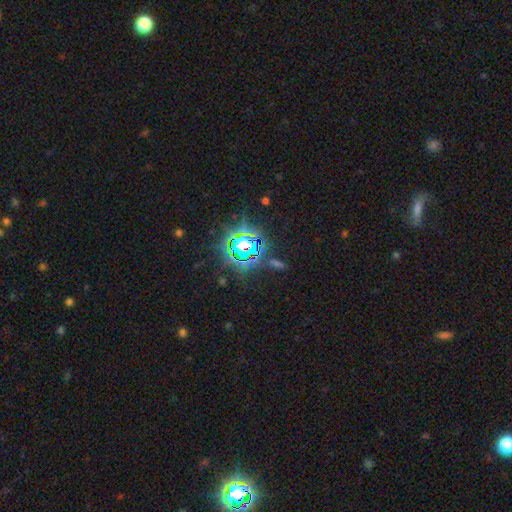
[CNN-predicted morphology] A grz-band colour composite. It shows a star or artifact, not a galaxy (81%).